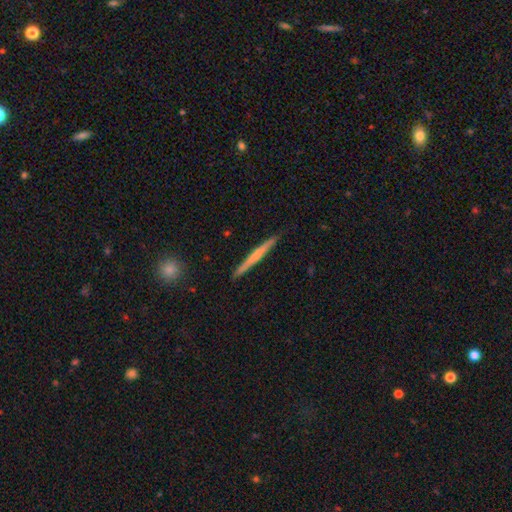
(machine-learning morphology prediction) featured or disk 48%, smooth 47%, star or artifact 5%. Down the decision tree: merging — none (90%).